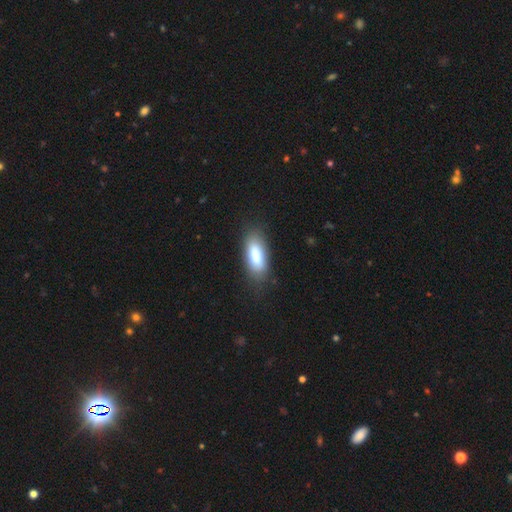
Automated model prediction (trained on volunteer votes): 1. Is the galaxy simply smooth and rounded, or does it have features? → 80% smooth, 12% featured or disk, 7% star or artifact.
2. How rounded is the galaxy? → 80% in between, 18% cigar-shaped, 2% round.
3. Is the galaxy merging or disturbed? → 81% none, 14% minor disturbance, 4% major disturbance, 1% merger.